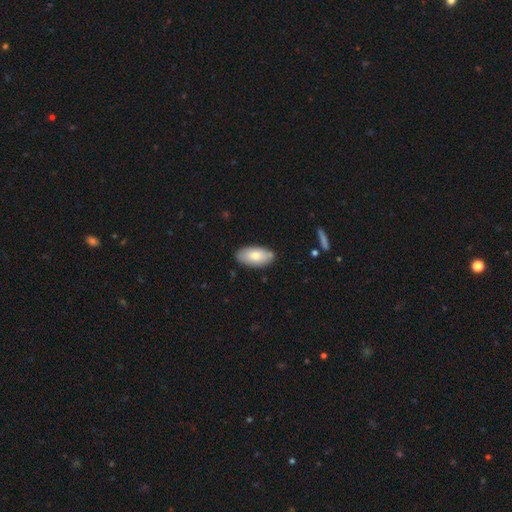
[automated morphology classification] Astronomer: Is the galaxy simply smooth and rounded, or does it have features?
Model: smooth — 76%.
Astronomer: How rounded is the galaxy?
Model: in between — 94%.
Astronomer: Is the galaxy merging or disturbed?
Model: none — 81%.